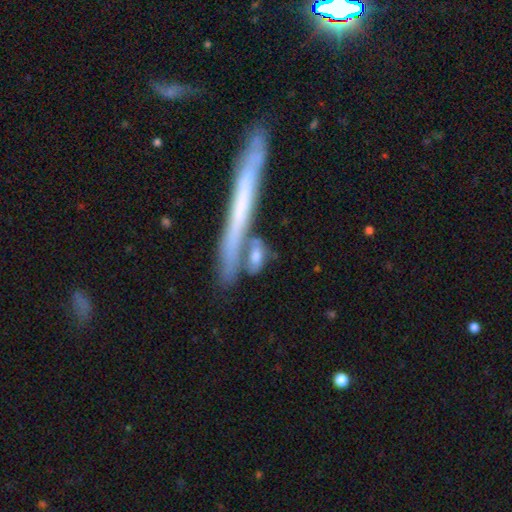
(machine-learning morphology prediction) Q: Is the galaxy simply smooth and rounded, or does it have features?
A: smooth — 60%.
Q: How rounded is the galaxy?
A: cigar-shaped — 53%.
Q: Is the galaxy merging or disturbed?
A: none — 49%.